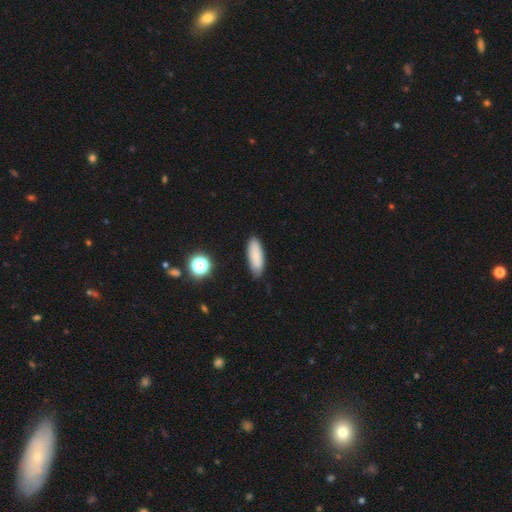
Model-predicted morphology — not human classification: Q: Smooth or featured?
A: smooth (84%); runner-up: featured or disk (8%)
Q: How rounded?
A: in between (63%); runner-up: cigar-shaped (34%)
Q: Merging?
A: none (86%); runner-up: minor disturbance (10%)